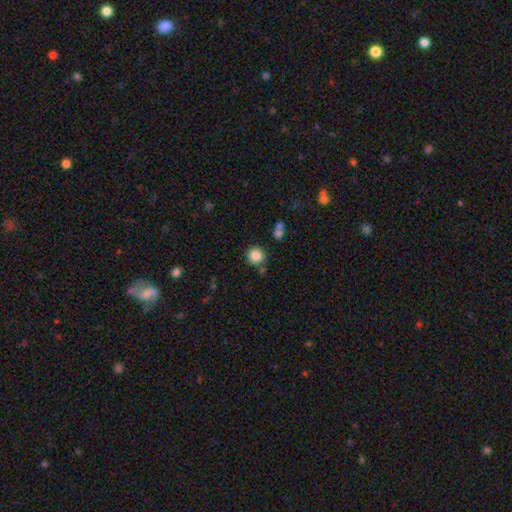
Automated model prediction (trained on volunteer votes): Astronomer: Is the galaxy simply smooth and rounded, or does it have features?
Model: smooth — 86%.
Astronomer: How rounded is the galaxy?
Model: round — 93%.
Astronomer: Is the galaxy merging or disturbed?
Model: none — 81%.